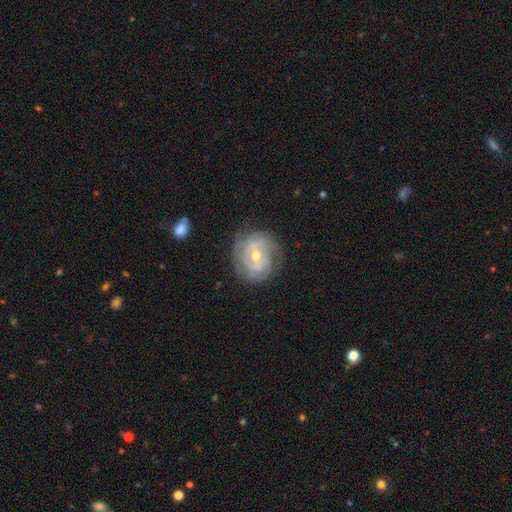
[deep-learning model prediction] Smooth or featured: featured or disk — 82% (smooth — 11%)
Edge-on disk: no — 97% (yes — 3%)
Bar: no — 44% (weak — 41%)
Spiral arms: yes — 93% (no — 7%)
Spiral winding: tight — 69% (medium — 25%)
Spiral arm count: can't tell — 32% (2 — 30%)
Bulge size: moderate — 51% (small — 45%)
Merging: none — 77% (minor disturbance — 16%)